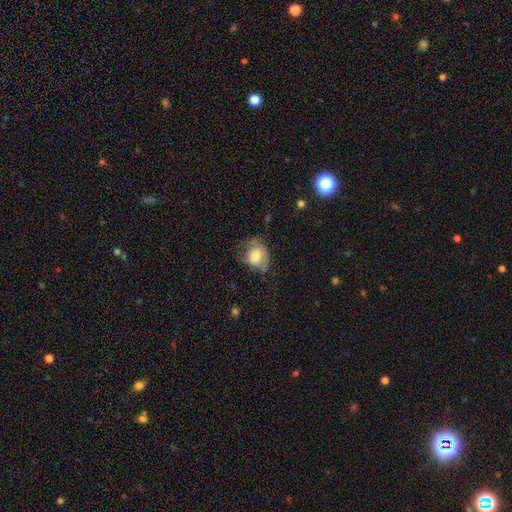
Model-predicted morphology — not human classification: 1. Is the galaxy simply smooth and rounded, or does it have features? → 63% smooth, 29% featured or disk, 8% star or artifact.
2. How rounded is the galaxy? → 57% in between, 42% round, 1% cigar-shaped.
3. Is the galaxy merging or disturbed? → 37% none, 33% minor disturbance, 27% major disturbance, 2% merger.